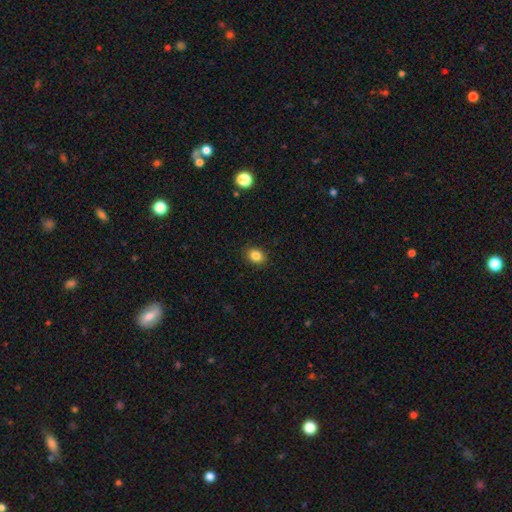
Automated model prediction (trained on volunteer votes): The model was most divided on "how rounded": round: 51%, in between: 48%, cigar-shaped: 1%. More confident: merging — none (89%); smooth or featured — smooth (85%).